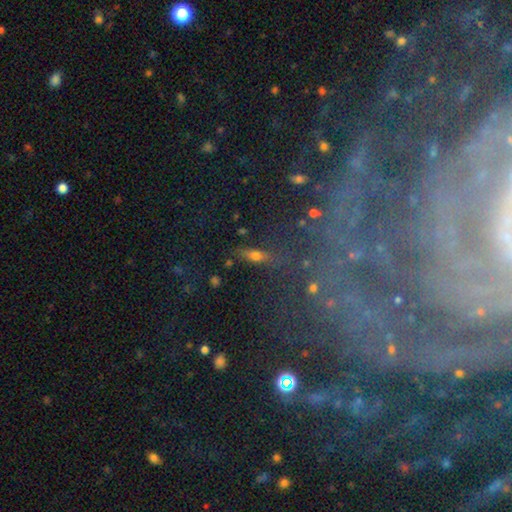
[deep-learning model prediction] This is possibly a smooth galaxy (59%). How rounded: possibly in between (46%). Merging: likely none (72%).